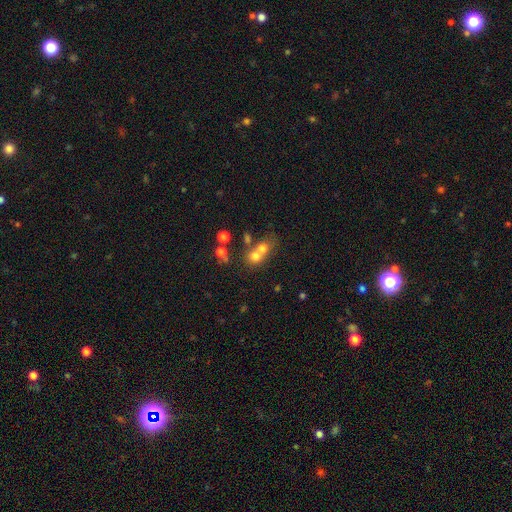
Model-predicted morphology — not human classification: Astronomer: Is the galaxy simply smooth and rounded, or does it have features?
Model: smooth — 66%.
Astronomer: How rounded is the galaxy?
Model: round — 74%.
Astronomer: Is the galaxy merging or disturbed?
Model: merger — 62%.